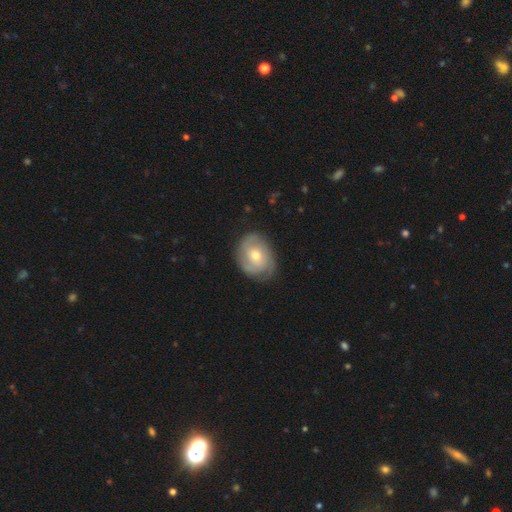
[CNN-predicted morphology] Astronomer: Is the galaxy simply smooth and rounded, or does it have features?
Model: featured or disk — 74%.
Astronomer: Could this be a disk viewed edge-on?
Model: no — 97%.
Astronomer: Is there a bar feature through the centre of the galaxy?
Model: no — 71%.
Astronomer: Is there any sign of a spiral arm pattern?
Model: yes — 91%.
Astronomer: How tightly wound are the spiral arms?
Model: tight — 61%.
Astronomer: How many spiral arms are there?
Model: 3 — 31% (runner-up: can't tell, 27%).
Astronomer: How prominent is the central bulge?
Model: moderate — 66%.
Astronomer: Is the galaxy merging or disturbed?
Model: none — 74%.